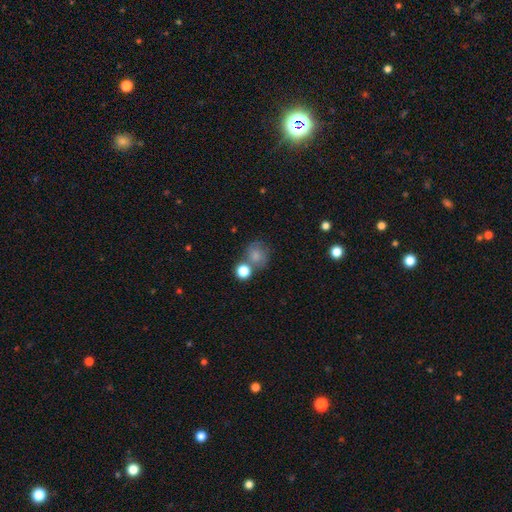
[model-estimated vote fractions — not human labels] Overall: smooth (76%). How rounded: round (80%). Merging: none (55%; merger 24%).